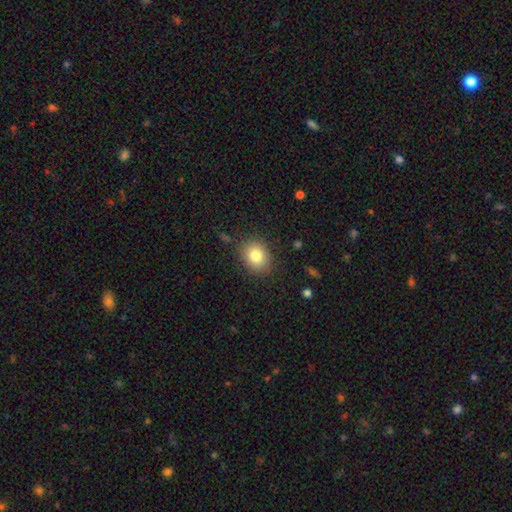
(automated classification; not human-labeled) The model was most divided on "how rounded": round: 54%, in between: 45%, cigar-shaped: 1%. More confident: merging — none (83%); smooth or featured — smooth (82%).